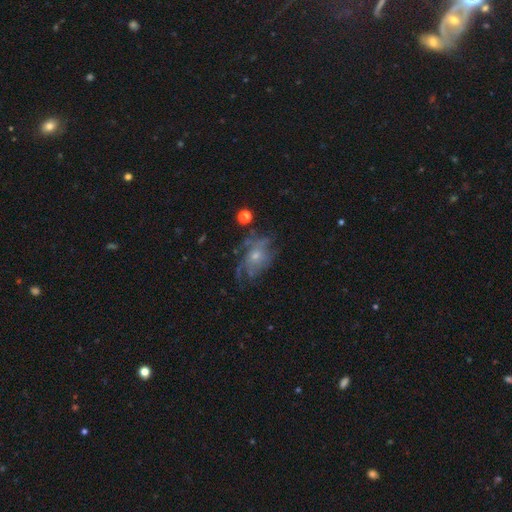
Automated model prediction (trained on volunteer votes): Smooth or featured?
  - featured or disk: 69% *
  - smooth: 17%
  - star or artifact: 14%
Edge-on disk?
  - no: 96% *
  - yes: 4%
Bar?
  - no: 80% *
  - weak: 17%
  - strong: 3%
Spiral arms?
  - yes: 82% *
  - no: 18%
Spiral winding?
  - tight: 40% *
  - medium: 38%
  - loose: 22%
Spiral arm count?
  - can't tell: 45% *
  - 3: 17%
  - 4: 14%
  - 2: 11%
  - more than 4: 7%
  - 1: 6%
Bulge size?
  - small: 58% *
  - moderate: 35%
  - none: 4%
  - large: 2%
  - dominant: 1%
Merging?
  - none: 59% *
  - minor disturbance: 20%
  - major disturbance: 18%
  - merger: 3%